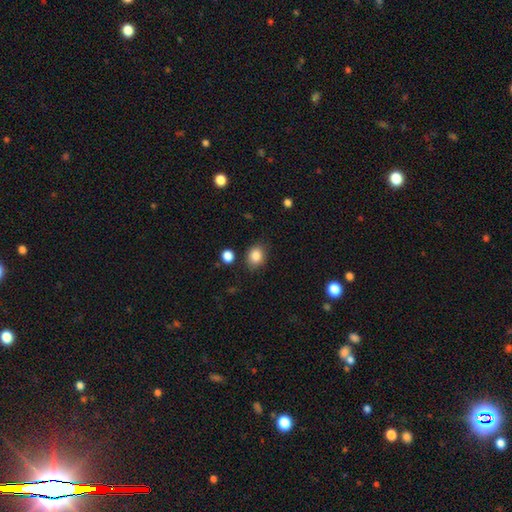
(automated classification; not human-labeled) Smooth or featured? Predicted: smooth (p=0.85). How rounded? Predicted: round (p=0.54). Merging? Predicted: none (p=0.79).